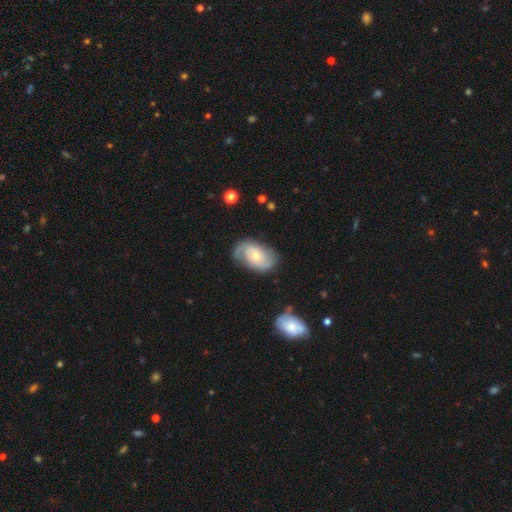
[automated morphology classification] A featured or disk galaxy (76%) with no bar (70%), 2 (72%) tight (41%, tied with medium) spiral arms (91%) and a moderate central bulge (52%). Merging: none (71%).